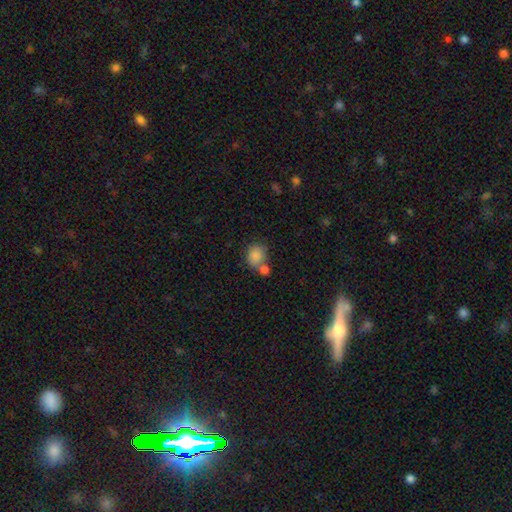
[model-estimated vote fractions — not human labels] Smooth or featured?
  - smooth: 85% *
  - star or artifact: 9%
  - featured or disk: 7%
How rounded?
  - round: 67% *
  - in between: 32%
  - cigar-shaped: 1%
Merging?
  - none: 49% *
  - merger: 32%
  - minor disturbance: 14%
  - major disturbance: 5%